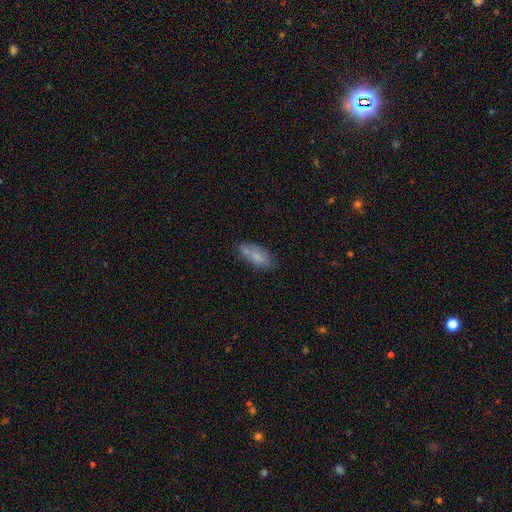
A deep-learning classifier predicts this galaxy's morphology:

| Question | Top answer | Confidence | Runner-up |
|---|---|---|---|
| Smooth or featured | smooth | 72% | featured or disk (20%) |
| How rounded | in between | 79% | cigar-shaped (19%) |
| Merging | none | 71% | minor disturbance (21%) |